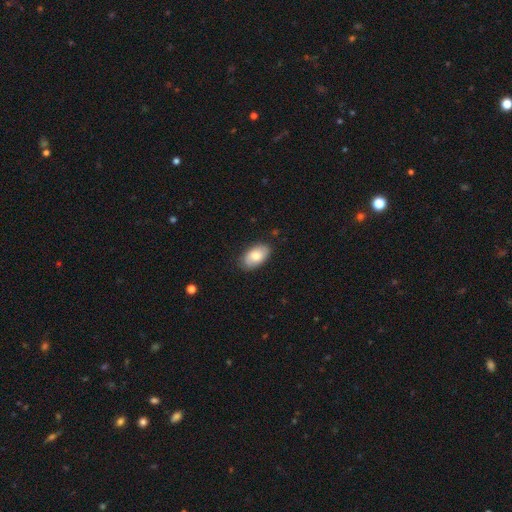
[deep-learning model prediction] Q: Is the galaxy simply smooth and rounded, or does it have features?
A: smooth — 76%.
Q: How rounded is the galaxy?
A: in between — 94%.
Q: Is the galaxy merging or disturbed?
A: none — 84%.